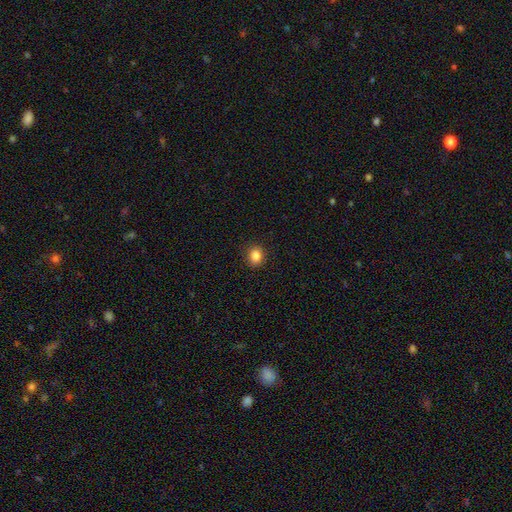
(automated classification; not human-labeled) This is clearly a smooth galaxy (85%). How rounded: likely round (65%). Merging: clearly none (90%).